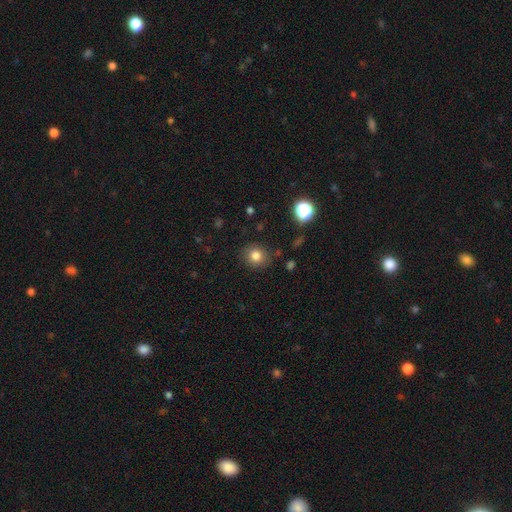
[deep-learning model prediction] Smooth or featured? smooth (81%)
How rounded? round (83%)
Merging? none (87%)